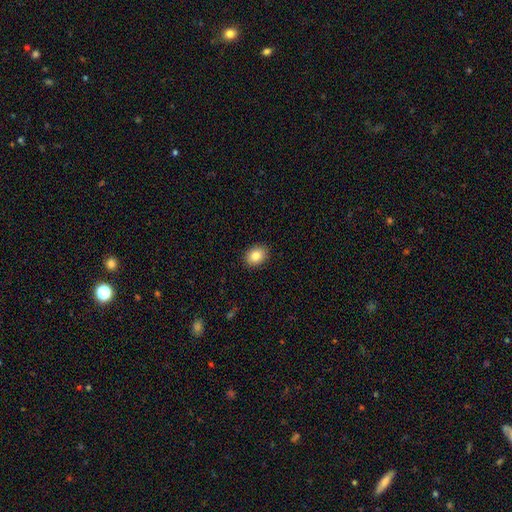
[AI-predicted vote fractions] smooth_or_featured: smooth (p=0.84) [alt: star or artifact p=0.09]
how_rounded: in between (p=0.57) [alt: round p=0.42]
merging: none (p=0.90) [alt: minor disturbance p=0.07]